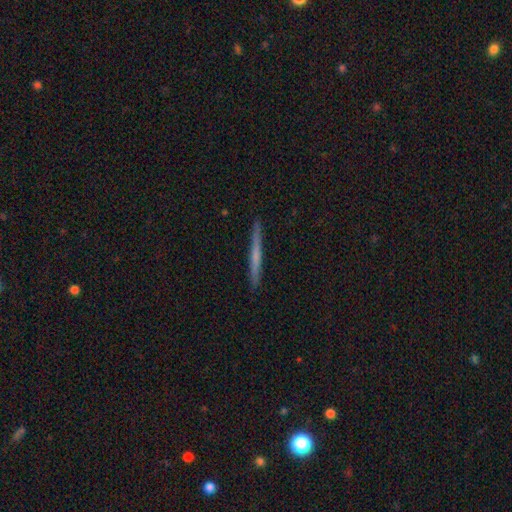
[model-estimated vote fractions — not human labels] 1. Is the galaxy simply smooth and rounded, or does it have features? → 48% featured or disk, 45% smooth, 6% star or artifact.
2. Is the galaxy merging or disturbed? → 92% none, 6% minor disturbance, 1% major disturbance, 1% merger.